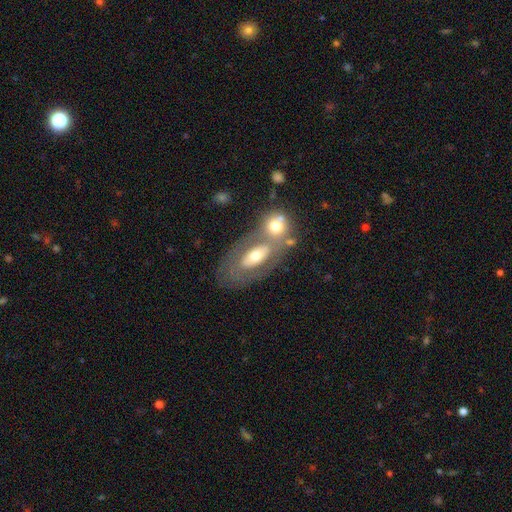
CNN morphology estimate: smooth-or-featured: featured or disk: 55% | smooth: 37% | star or artifact: 8%
  disk-edge-on: no: 88% | yes: 12%
  merging: merger: 42% | none: 37% | minor disturbance: 12% | major disturbance: 8%